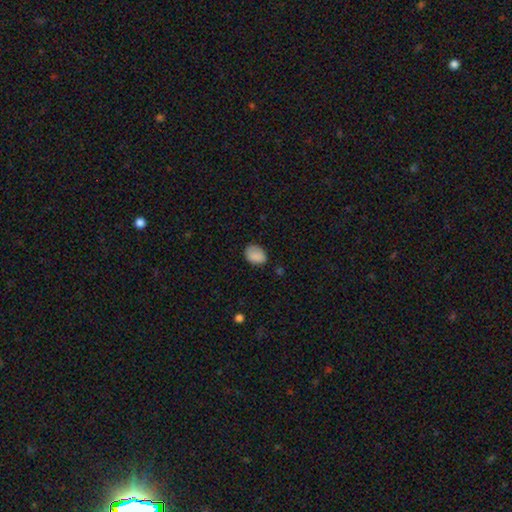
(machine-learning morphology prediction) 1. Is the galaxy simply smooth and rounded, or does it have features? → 87% smooth, 8% star or artifact, 5% featured or disk.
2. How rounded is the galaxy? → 77% in between, 22% round, 1% cigar-shaped.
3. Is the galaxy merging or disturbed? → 75% none, 19% minor disturbance, 4% major disturbance, 2% merger.